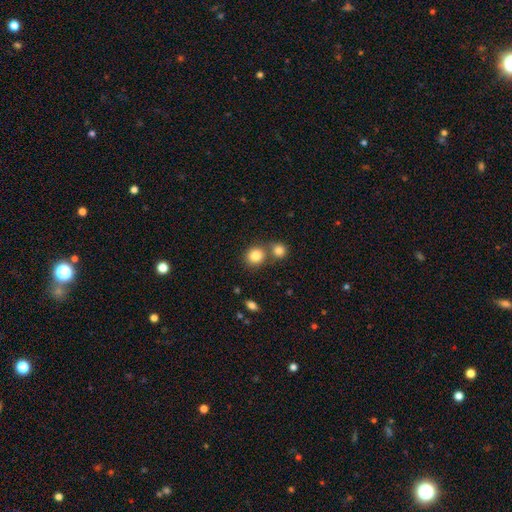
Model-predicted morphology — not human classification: A smooth galaxy with no disk features (84%) that is round (79%). Merging: none (57%).